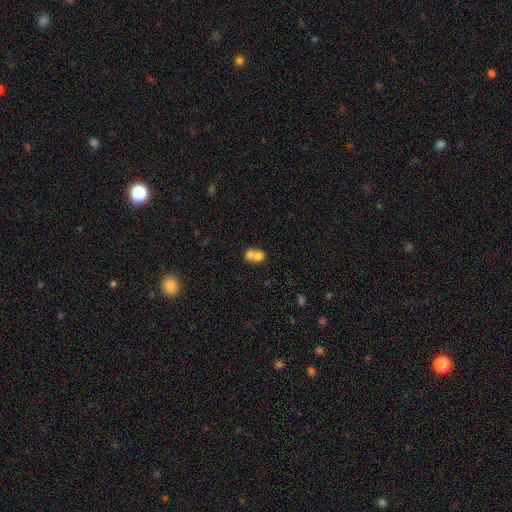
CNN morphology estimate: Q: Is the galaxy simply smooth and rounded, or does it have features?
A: smooth — 70%.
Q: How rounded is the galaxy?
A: round — 62%.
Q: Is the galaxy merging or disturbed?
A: merger — 70%.